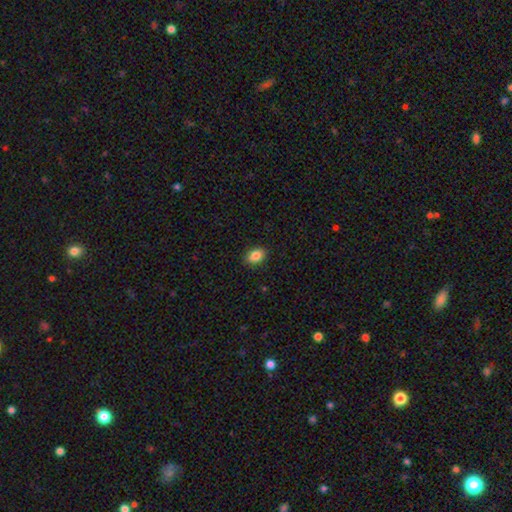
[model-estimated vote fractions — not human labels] Q: Smooth or featured?
A: smooth (86%); runner-up: star or artifact (8%)
Q: How rounded?
A: in between (83%); runner-up: round (16%)
Q: Merging?
A: none (89%); runner-up: minor disturbance (8%)